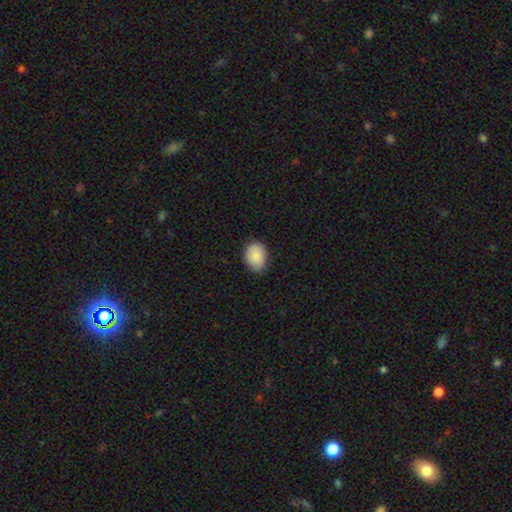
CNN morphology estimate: Smooth or featured? smooth (86%)
How rounded? in between (64%)
Merging? none (79%)